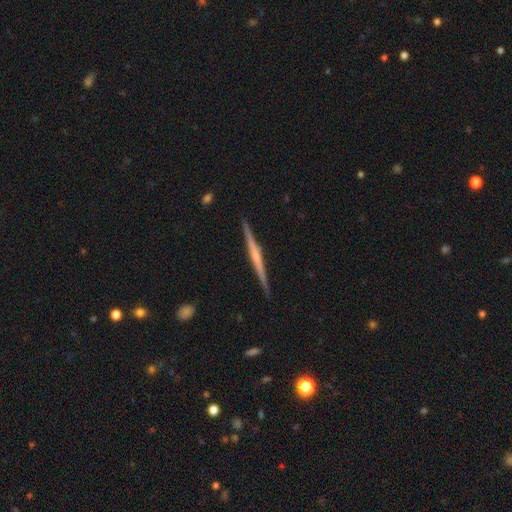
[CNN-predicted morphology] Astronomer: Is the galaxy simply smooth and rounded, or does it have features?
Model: featured or disk — 74%.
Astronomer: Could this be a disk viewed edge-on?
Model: yes — 98%.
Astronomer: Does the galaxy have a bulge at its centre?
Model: rounded — 44% (runner-up: none, 42%).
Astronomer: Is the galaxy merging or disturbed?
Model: none — 91%.